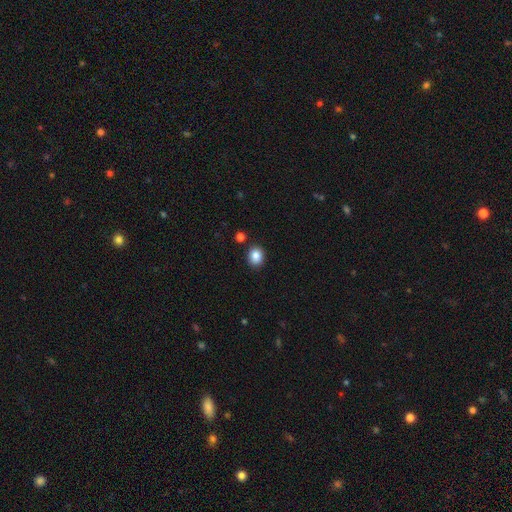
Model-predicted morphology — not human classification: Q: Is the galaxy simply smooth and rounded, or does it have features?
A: smooth — 87%.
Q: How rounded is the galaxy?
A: round — 56%.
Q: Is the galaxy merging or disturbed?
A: none — 86%.